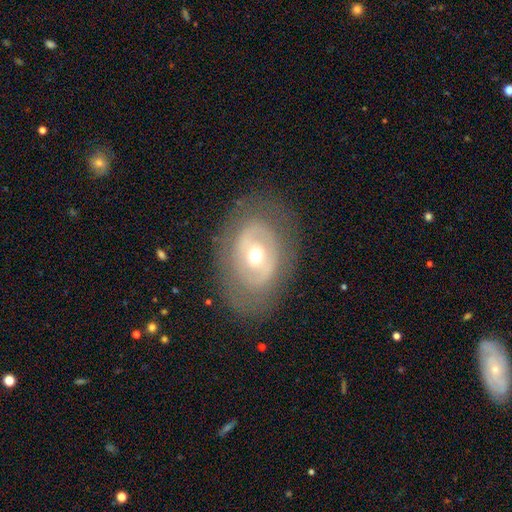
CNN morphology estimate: This appears to be a featured or disk galaxy (64%) with no bar (61%), no spiral arms (67%) and a moderate central bulge (68%). Merging: none (75%).